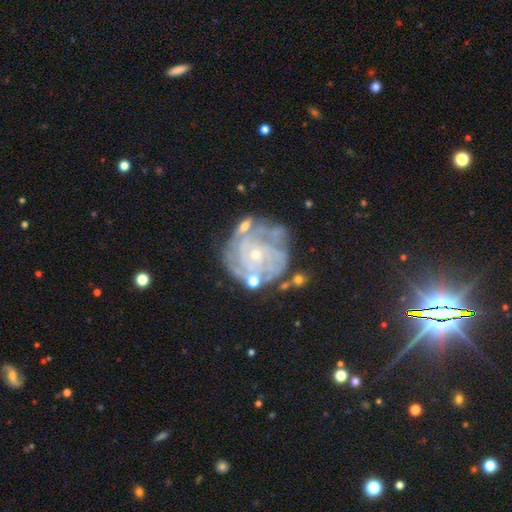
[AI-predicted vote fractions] smooth-or-featured: featured or disk: 86% | smooth: 8% | star or artifact: 7%
  disk-edge-on: no: 98% | yes: 2%
    bar: no: 78% | weak: 17% | strong: 5%
    has-spiral-arms: yes: 93% | no: 7%
      spiral-winding: tight: 76% | medium: 20% | loose: 5%
      spiral-arm-count: can't tell: 32% | 3: 21% | 4: 19% | 2: 14% | more than 4: 8% | 1: 6%
    bulge-size: small: 79% | moderate: 16% | none: 2% | large: 1% | dominant: 1%
  merging: none: 63% | minor disturbance: 20% | major disturbance: 10% | merger: 6%